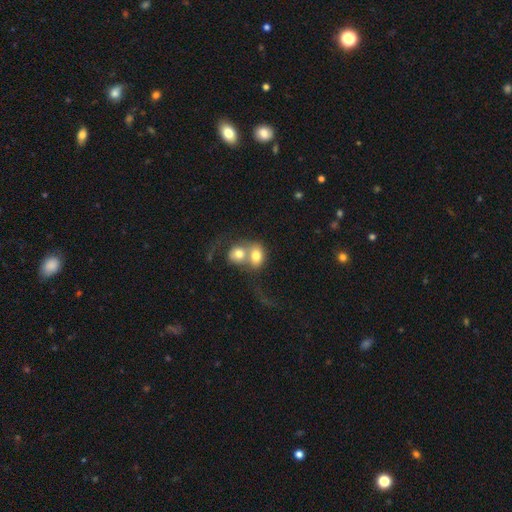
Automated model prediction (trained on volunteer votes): A smooth galaxy with no disk features (67%) that is in between round and cigar-shaped (50%).

Vote fractions:
- Smooth or featured? smooth: 67% / featured or disk: 24% / star or artifact: 9%
- How rounded? in between: 50% / round: 48% / cigar-shaped: 1%
- Merging? merger: 75% / none: 12% / major disturbance: 8% / minor disturbance: 5%